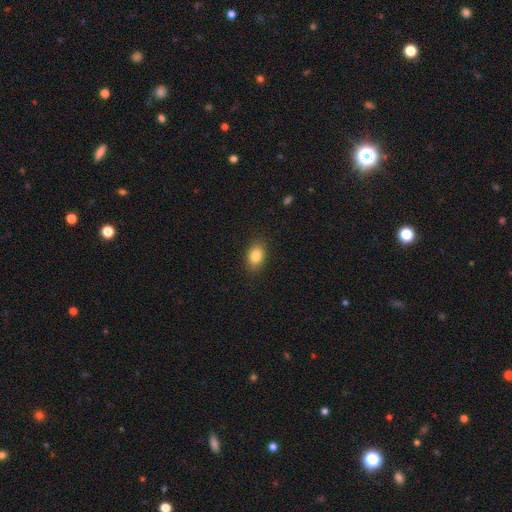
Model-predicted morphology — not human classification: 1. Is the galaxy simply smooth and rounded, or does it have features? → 84% smooth, 9% star or artifact, 7% featured or disk.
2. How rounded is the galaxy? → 80% in between, 18% round, 2% cigar-shaped.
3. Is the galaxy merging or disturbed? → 88% none, 9% minor disturbance, 2% major disturbance, 1% merger.